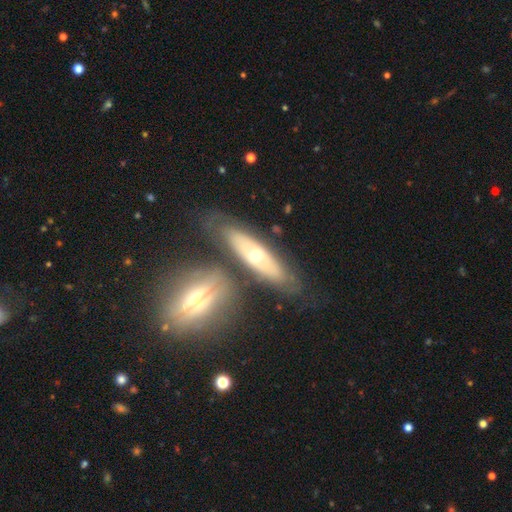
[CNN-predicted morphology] Overall: featured or disk (63%; smooth 30%). Edge-on disk: no (57%; yes 43%). Merging: none (69%).